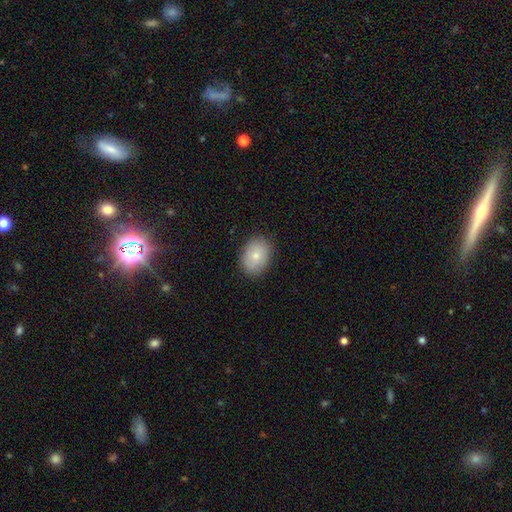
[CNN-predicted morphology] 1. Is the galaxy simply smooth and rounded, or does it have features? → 80% smooth, 12% featured or disk, 8% star or artifact.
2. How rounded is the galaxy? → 71% in between, 28% round, 1% cigar-shaped.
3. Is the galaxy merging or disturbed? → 86% none, 10% minor disturbance, 2% major disturbance, 1% merger.